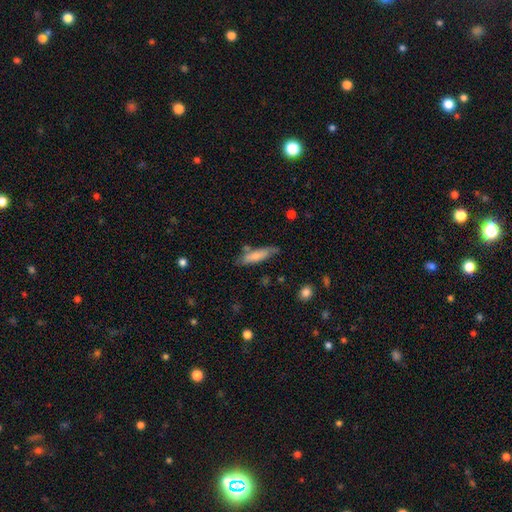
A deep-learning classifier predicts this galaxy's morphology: A smooth galaxy with no disk features (69%) that is cigar-shaped (74%). Merging: none (70%).